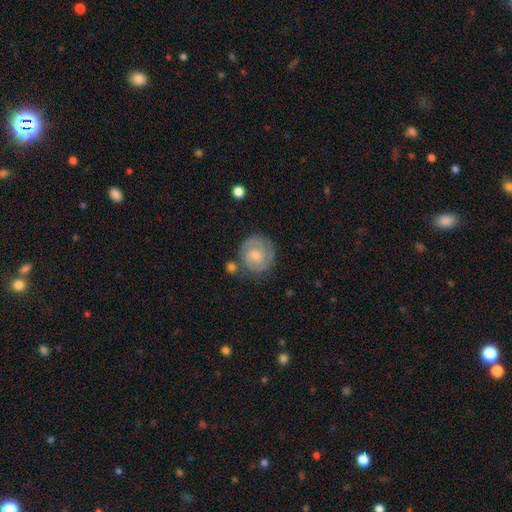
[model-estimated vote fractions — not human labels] Morphology: type=featured or disk (77%); edge-on=no (98%); bar=no (65%); spiral arms=yes (95%); winding=tight (70%); arm count=2 (64%); bulge=small (59%); merging=none (75%).